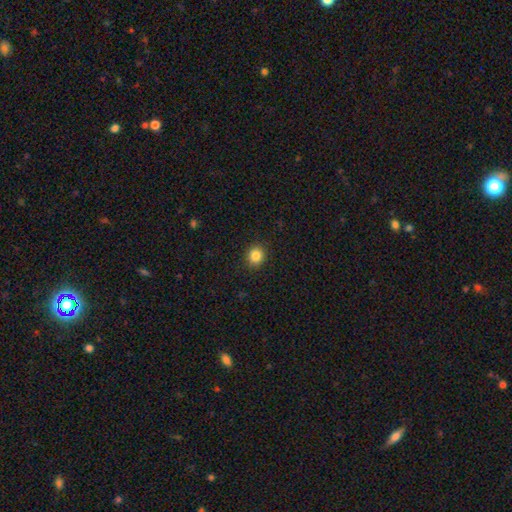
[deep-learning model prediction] Smooth or featured: smooth — 85% (star or artifact — 11%)
How rounded: round — 83% (in between — 16%)
Merging: none — 90% (minor disturbance — 7%)